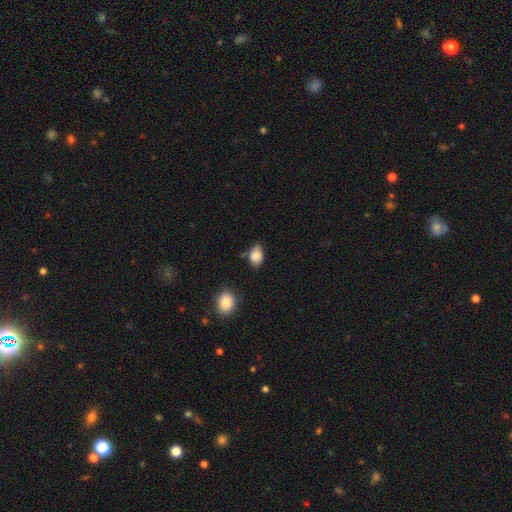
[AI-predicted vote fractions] smooth_or_featured: smooth (p=0.86) [alt: star or artifact p=0.07]
how_rounded: in between (p=0.89) [alt: round p=0.09]
merging: none (p=0.68) [alt: minor disturbance p=0.23]